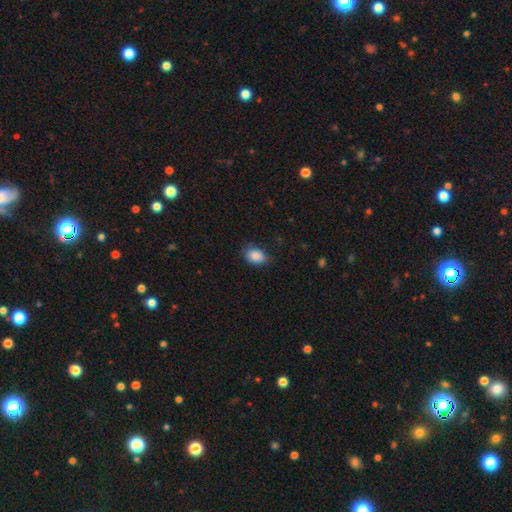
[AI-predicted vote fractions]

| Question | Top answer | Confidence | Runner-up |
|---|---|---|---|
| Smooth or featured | smooth | 88% | star or artifact (8%) |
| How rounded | in between | 78% | round (21%) |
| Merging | none | 69% | minor disturbance (25%) |